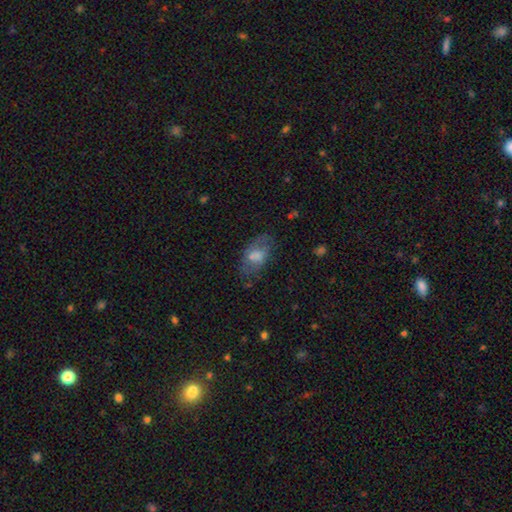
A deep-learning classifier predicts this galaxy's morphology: A smooth galaxy with no disk features (60%) that is in between round and cigar-shaped (89%). Merging: none (60%).